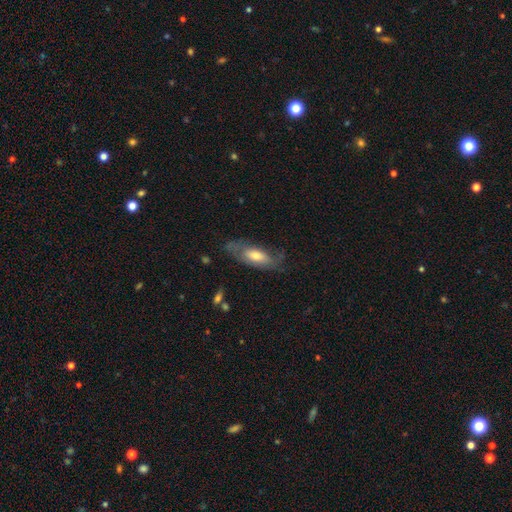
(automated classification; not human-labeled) Morphology: type=smooth (51%); roundness=in between (74%); merging=none (58%).